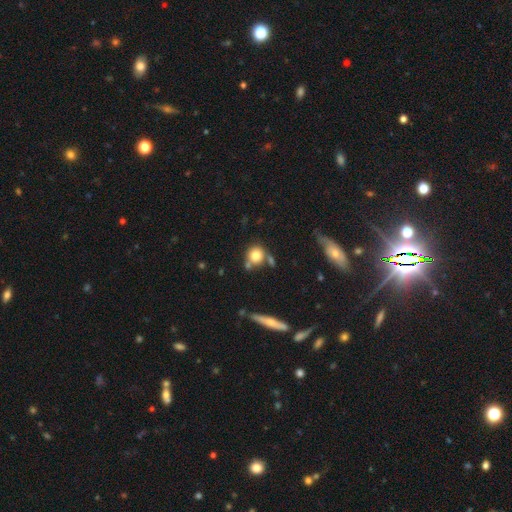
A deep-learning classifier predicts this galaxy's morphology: smooth_or_featured: smooth (p=0.80) [alt: featured or disk p=0.10]
how_rounded: round (p=0.82) [alt: in between p=0.16]
merging: none (p=0.61) [alt: merger p=0.20]